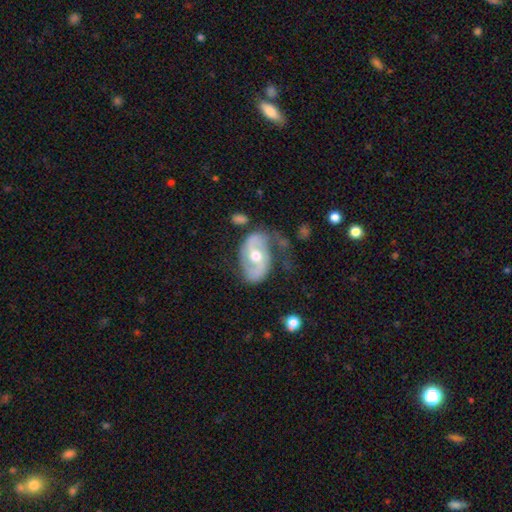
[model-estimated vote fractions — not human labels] Q: Smooth or featured?
A: featured or disk (81%); runner-up: smooth (14%)
Q: Edge-on disk?
A: no (96%); runner-up: yes (4%)
Q: Bar?
A: no (41%); runner-up: weak (37%)
Q: Spiral arms?
A: yes (87%); runner-up: no (13%)
Q: Spiral winding?
A: medium (42%); runner-up: loose (38%)
Q: Spiral arm count?
A: 2 (86%); runner-up: can't tell (7%)
Q: Bulge size?
A: moderate (74%); runner-up: small (19%)
Q: Merging?
A: none (55%); runner-up: minor disturbance (26%)